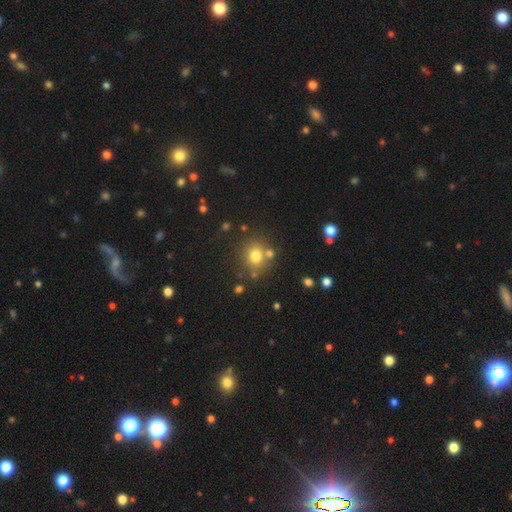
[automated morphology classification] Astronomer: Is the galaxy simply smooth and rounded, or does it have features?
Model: smooth — 75%.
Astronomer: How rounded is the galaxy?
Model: round — 81%.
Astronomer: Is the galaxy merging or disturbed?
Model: none — 73%.